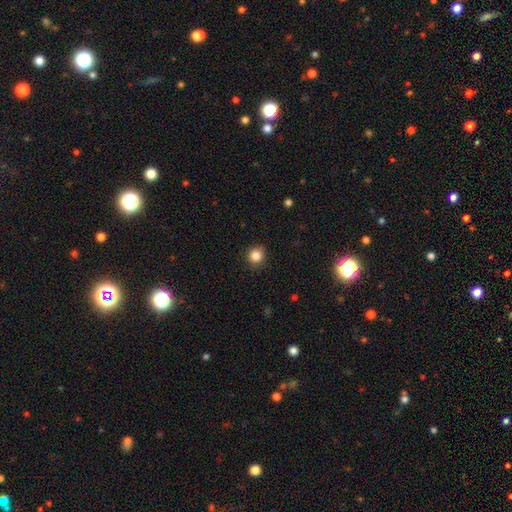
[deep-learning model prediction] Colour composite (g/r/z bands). It shows a smooth galaxy with no disk features (85%) that is round (90%). Merging: none (90%).